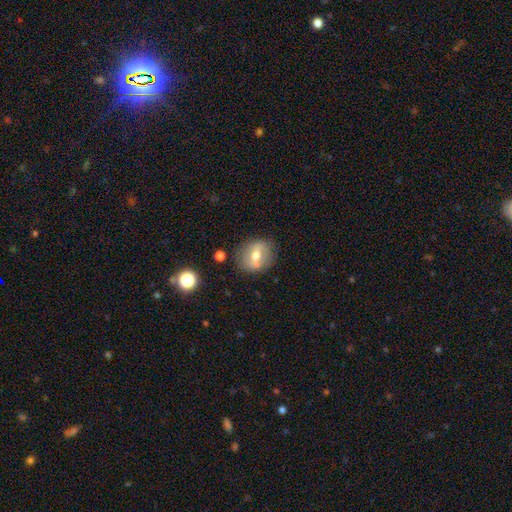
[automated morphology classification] Smooth or featured: smooth — 47% (featured or disk — 44%)
Merging: none — 74% (minor disturbance — 15%)